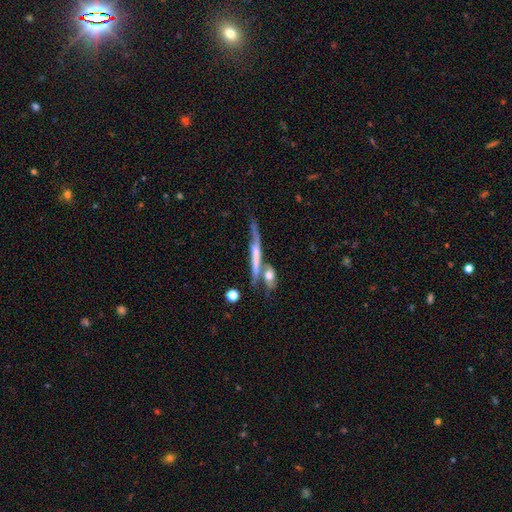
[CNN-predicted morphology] A featured or disk galaxy (60%) viewed edge-on (86%) with no central bulge (54%). Merging: none (51%).